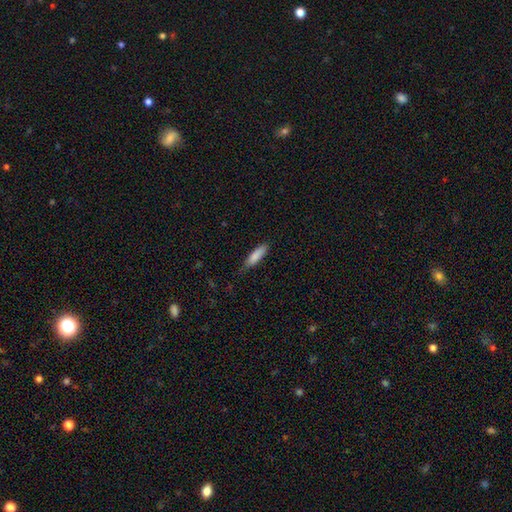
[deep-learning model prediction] Smooth or featured: smooth — 84% (featured or disk — 11%)
How rounded: cigar-shaped — 67% (in between — 31%)
Merging: none — 73% (minor disturbance — 22%)